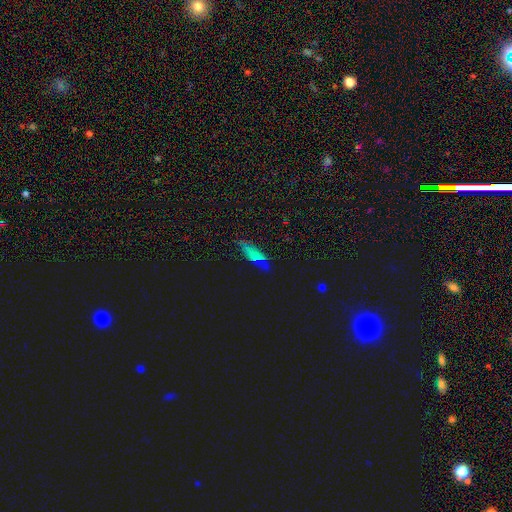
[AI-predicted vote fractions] The model was most divided on "smooth or featured": star or artifact: 41%, smooth: 32%, featured or disk: 27%.